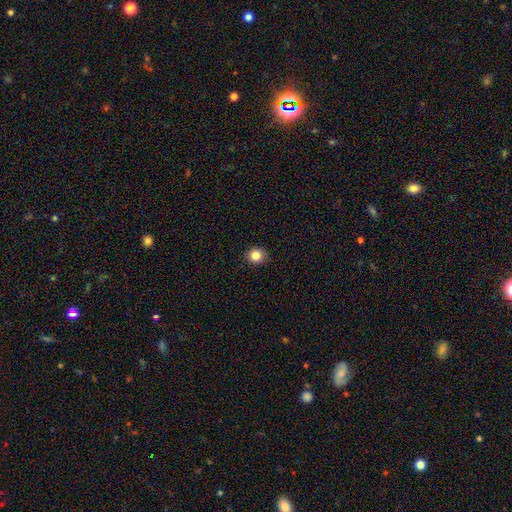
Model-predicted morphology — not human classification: This is clearly a smooth galaxy (84%). How rounded: clearly round (86%). Merging: clearly none (91%).